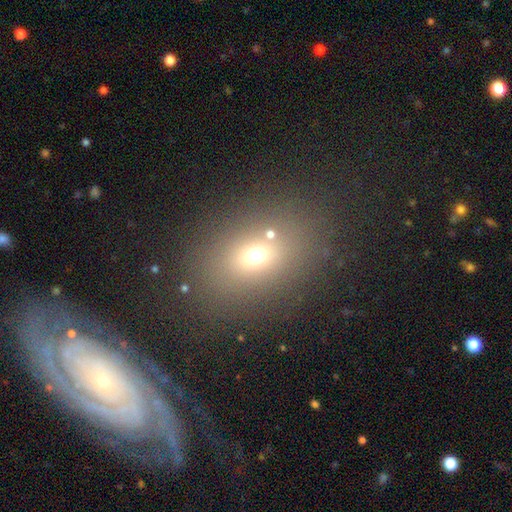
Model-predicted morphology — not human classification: Q: Smooth or featured?
A: smooth (62%); runner-up: star or artifact (21%)
Q: How rounded?
A: in between (65%); runner-up: round (33%)
Q: Merging?
A: none (71%); runner-up: minor disturbance (12%)